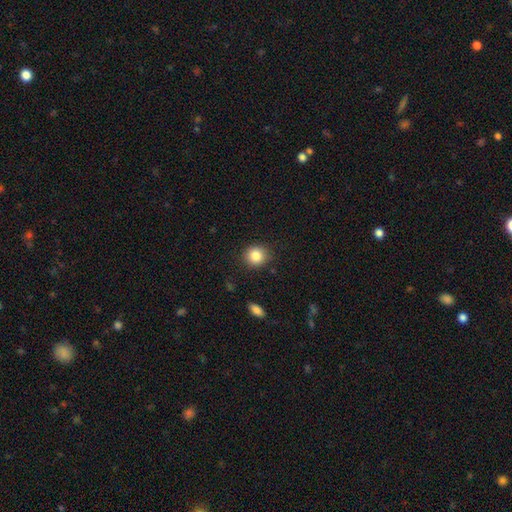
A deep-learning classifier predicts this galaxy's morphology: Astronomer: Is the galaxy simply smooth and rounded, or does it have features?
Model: smooth — 85%.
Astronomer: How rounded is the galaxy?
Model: round — 86%.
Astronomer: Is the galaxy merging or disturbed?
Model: none — 87%.